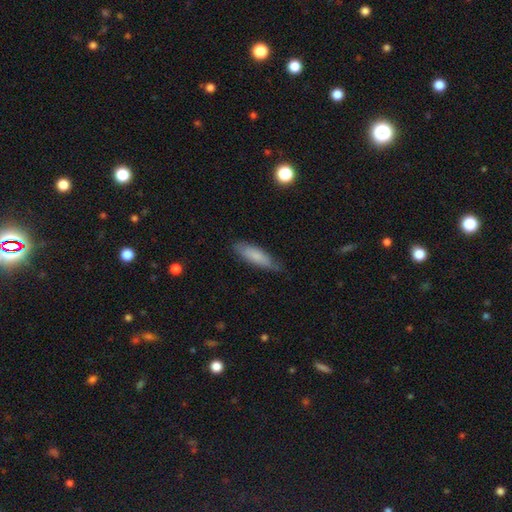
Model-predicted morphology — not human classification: Smooth or featured: smooth — 78% (featured or disk — 16%)
How rounded: cigar-shaped — 55% (in between — 43%)
Merging: none — 73% (minor disturbance — 21%)